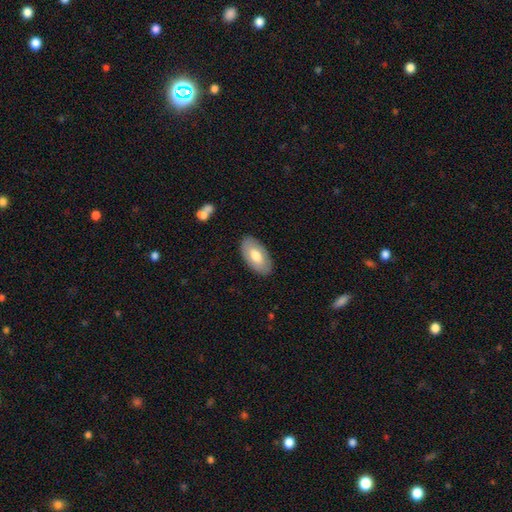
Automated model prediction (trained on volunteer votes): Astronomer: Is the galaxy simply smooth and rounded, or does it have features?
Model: smooth — 66%.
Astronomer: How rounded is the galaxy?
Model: in between — 95%.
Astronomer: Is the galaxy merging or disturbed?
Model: none — 86%.